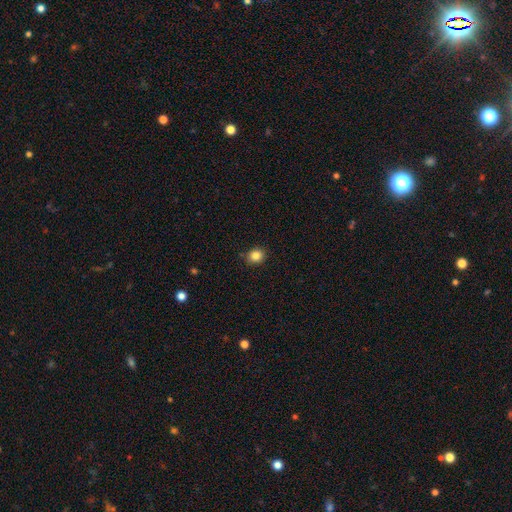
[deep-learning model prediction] A smooth galaxy with no disk features (84%) that is round (76%). Merging: none (87%).